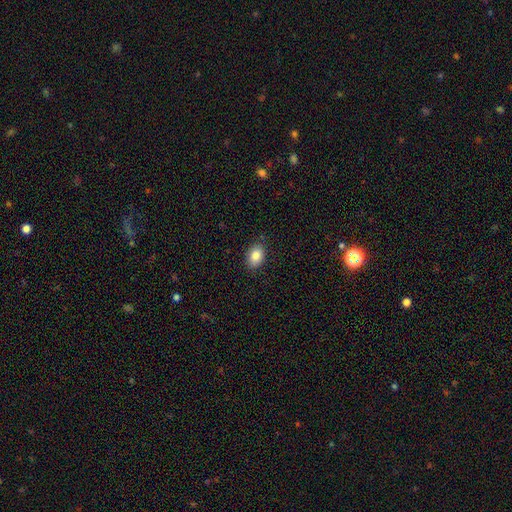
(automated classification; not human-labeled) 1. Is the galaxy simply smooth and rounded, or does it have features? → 85% smooth, 8% star or artifact, 7% featured or disk.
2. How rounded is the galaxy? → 83% in between, 16% round, 1% cigar-shaped.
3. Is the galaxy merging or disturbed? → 86% none, 11% minor disturbance, 2% major disturbance, 1% merger.